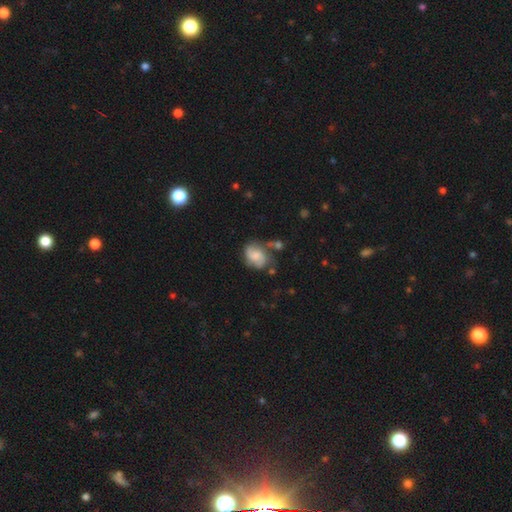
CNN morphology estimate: Smooth or featured? featured or disk (53%)
Edge-on disk? no (97%)
Bar? no (60%)
Spiral arms? yes (86%)
Bulge size? moderate (32%)
Merging? none (49%)